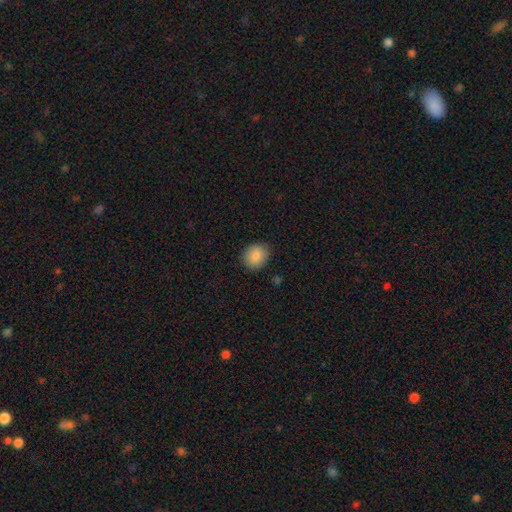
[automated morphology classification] A smooth galaxy with no disk features (87%) that is round (70%). Merging: none (87%).